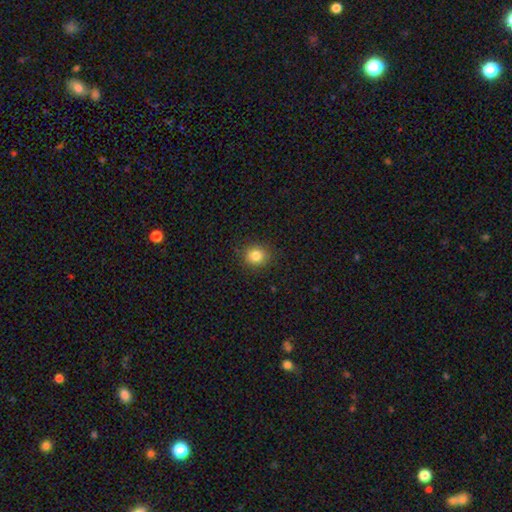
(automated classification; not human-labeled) This appears to be a smooth galaxy with no disk features (83%) that is round (82%). Merging: none (89%).